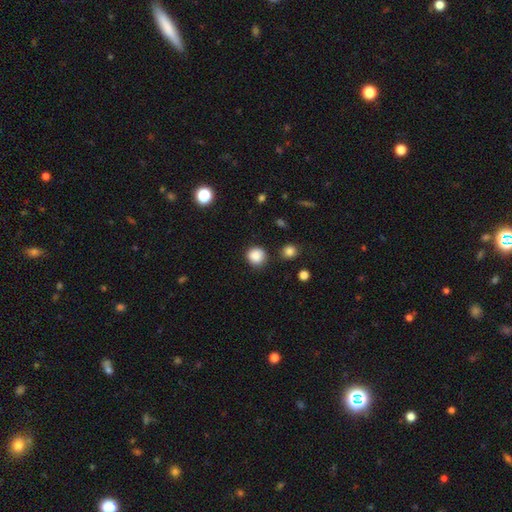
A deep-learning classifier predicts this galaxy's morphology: smooth 86%, star or artifact 10%, featured or disk 4%. Down the decision tree: how rounded — round (90%); merging — none (83%).